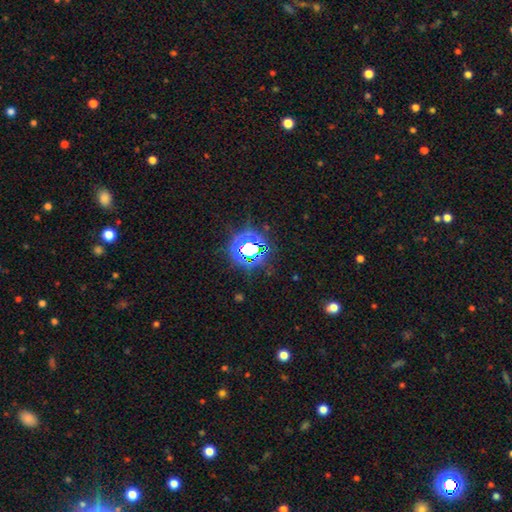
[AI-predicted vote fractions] smooth-or-featured: star or artifact: 80% | smooth: 13% | featured or disk: 7%